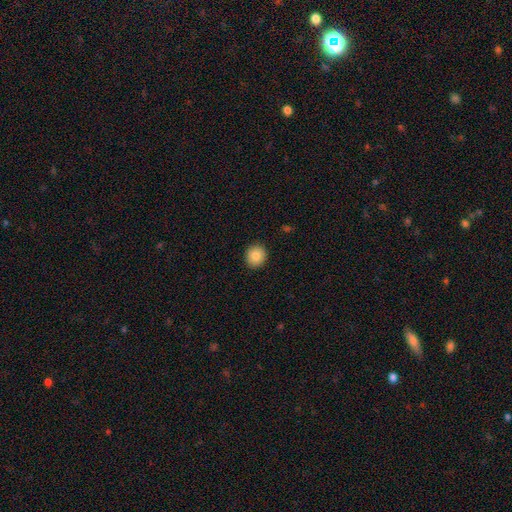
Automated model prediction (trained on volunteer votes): This is clearly a smooth galaxy (86%). How rounded: clearly round (86%). Merging: clearly none (92%).